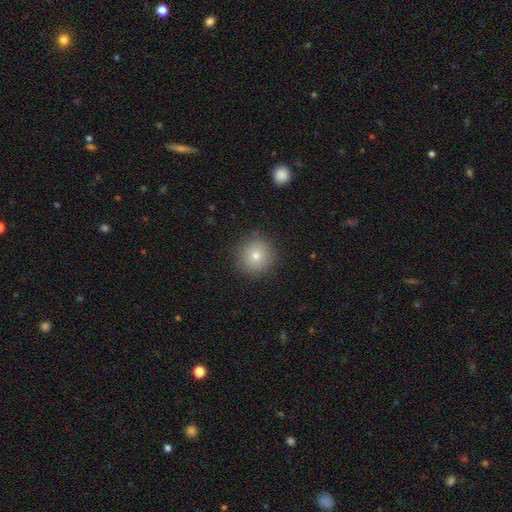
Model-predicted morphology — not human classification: Smooth or featured?
  - smooth: 76% *
  - star or artifact: 13%
  - featured or disk: 11%
How rounded?
  - round: 93% *
  - in between: 6%
  - cigar-shaped: 1%
Merging?
  - none: 89% *
  - minor disturbance: 7%
  - major disturbance: 3%
  - merger: 1%